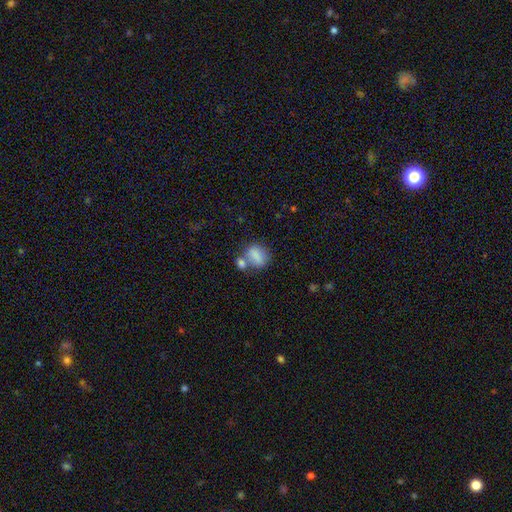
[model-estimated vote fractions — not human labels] smooth_or_featured: smooth (p=0.79) [alt: featured or disk p=0.12]
how_rounded: in between (p=0.63) [alt: round p=0.35]
merging: merger (p=0.39) [alt: none p=0.38]